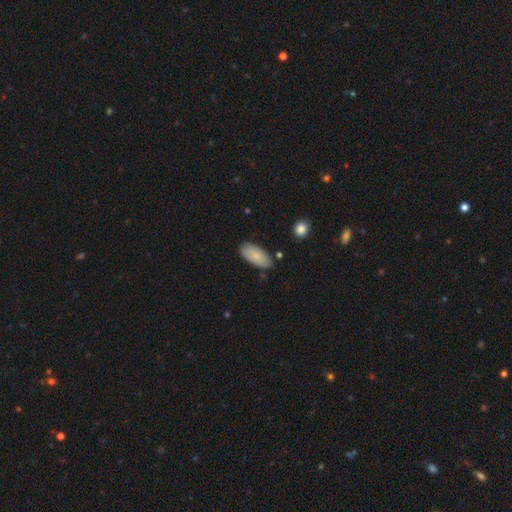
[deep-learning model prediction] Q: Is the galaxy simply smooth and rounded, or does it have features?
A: smooth — 82%.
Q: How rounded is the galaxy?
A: in between — 91%.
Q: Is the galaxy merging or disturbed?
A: none — 77%.